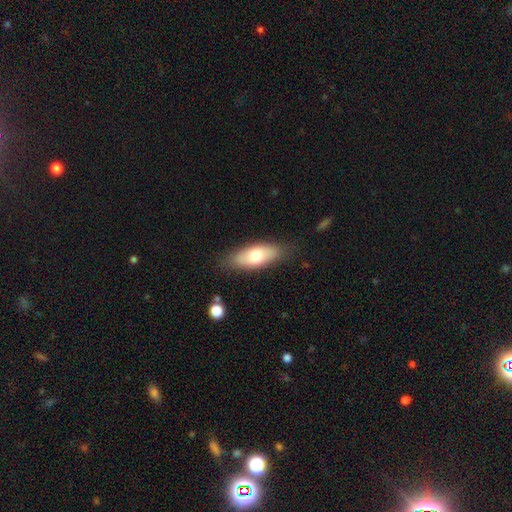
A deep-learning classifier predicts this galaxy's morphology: The model was most divided on "smooth or featured": smooth: 71%, featured or disk: 22%, star or artifact: 6%. More confident: merging — none (81%); how rounded — in between (79%).